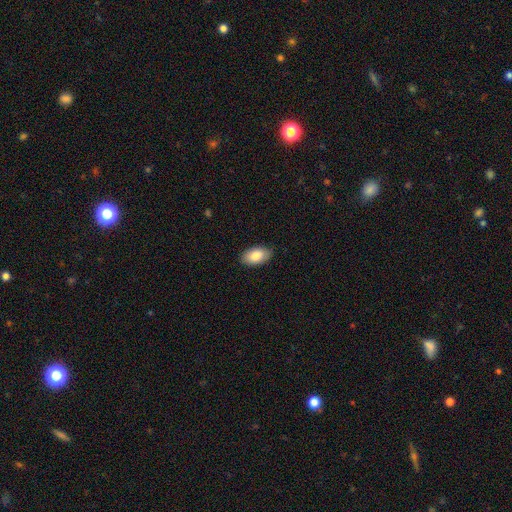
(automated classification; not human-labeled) This is clearly a smooth galaxy (83%). How rounded: clearly in between (94%). Merging: clearly none (85%).